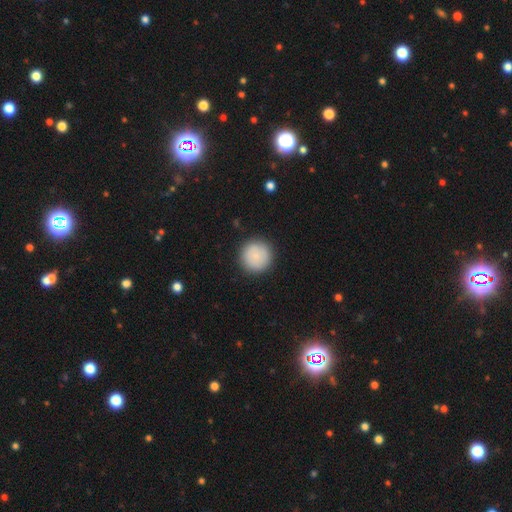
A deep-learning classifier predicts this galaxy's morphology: Smooth or featured: smooth — 85% (featured or disk — 8%)
How rounded: round — 96% (in between — 4%)
Merging: none — 89% (minor disturbance — 7%)